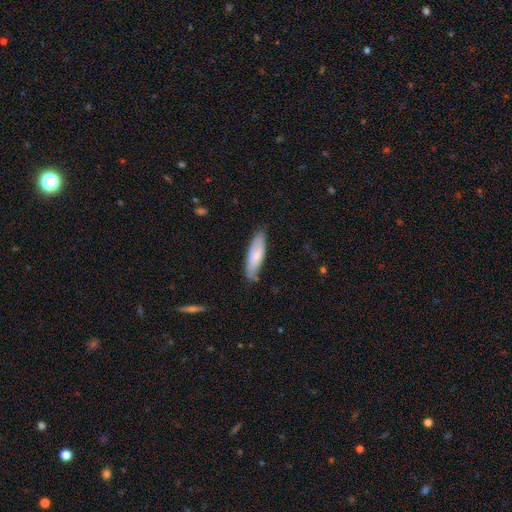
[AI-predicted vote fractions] Smooth or featured? smooth (65%)
How rounded? cigar-shaped (51%)
Merging? none (73%)